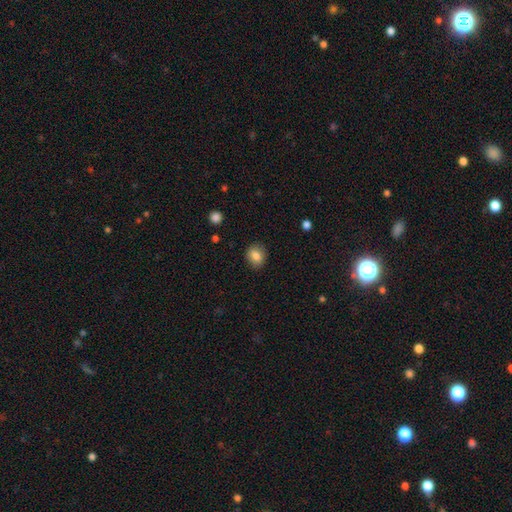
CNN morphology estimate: A smooth galaxy with no disk features (83%) that is round (63%). Merging: none (87%).